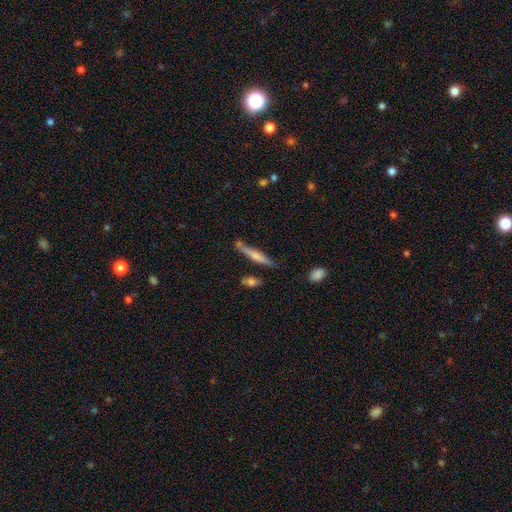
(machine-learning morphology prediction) smooth 56%, featured or disk 38%, star or artifact 6%. Down the decision tree: how rounded — cigar-shaped (91%); merging — none (71%).